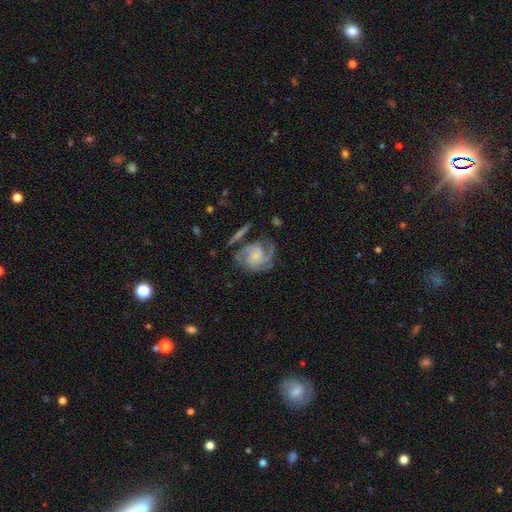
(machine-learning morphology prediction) A featured or disk galaxy (85%) with no bar (68%), 3 (44%) tight (44%, tied with medium) spiral arms (97%) and a small central bulge (59%).

Vote fractions:
- Smooth or featured? featured or disk: 85% / smooth: 9% / star or artifact: 6%
- Edge-on disk? no: 98% / yes: 2%
- Bar? no: 68% / weak: 27% / strong: 5%
- Spiral arms? yes: 97% / no: 3%
- Spiral winding? tight: 44% (tied) / medium: 44% (tied) / loose: 12%
- Spiral arm count? 3: 44% / 2: 21% / can't tell: 14% / 4: 11% / 1: 5% / more than 4: 5%
- Bulge size? small: 59% / moderate: 21% / none: 16% / large: 3% / dominant: 1%
- Merging? none: 65% / minor disturbance: 18% / major disturbance: 12% / merger: 5%